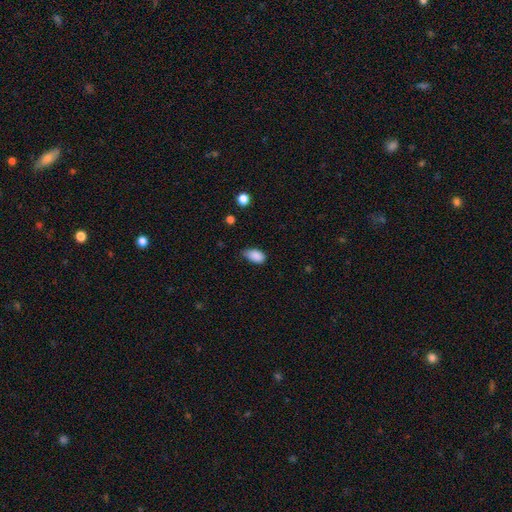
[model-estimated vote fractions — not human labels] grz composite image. It shows a smooth galaxy with no disk features (88%) that is in between round and cigar-shaped (92%). Merging: none (52%).